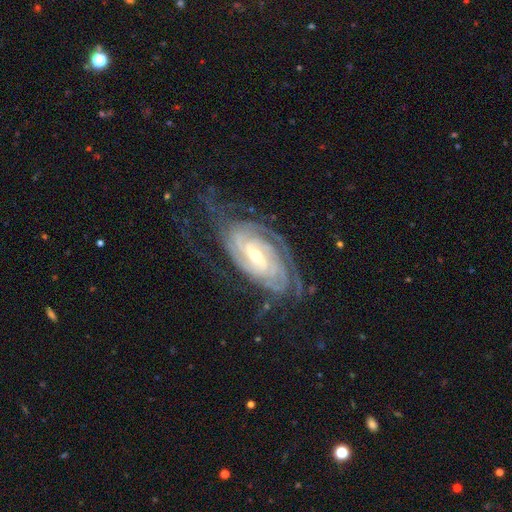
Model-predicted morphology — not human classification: Smooth or featured? Predicted: featured or disk (p=0.91). Edge-on disk? Predicted: no (p=0.95). Bar? Predicted: weak (p=0.43). Spiral arms? Predicted: yes (p=0.98). Spiral winding? Predicted: tight (p=0.77). Spiral arm count? Predicted: 4 (p=0.24). Bulge size? Predicted: moderate (p=0.52). Merging? Predicted: none (p=0.66).